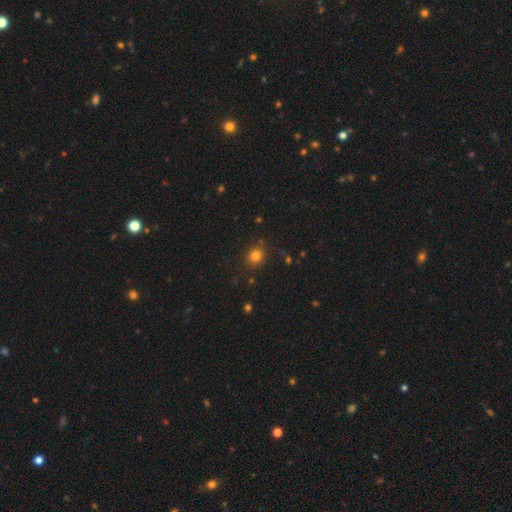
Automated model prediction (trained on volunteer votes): Smooth or featured: smooth — 80% (star or artifact — 15%)
How rounded: round — 74% (in between — 25%)
Merging: none — 86% (minor disturbance — 9%)